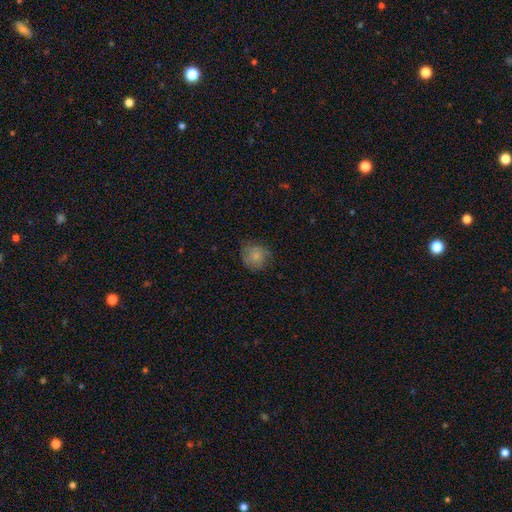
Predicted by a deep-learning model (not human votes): This appears to be a smooth galaxy with no disk features (76%) that is round (82%). Merging: none (71%).